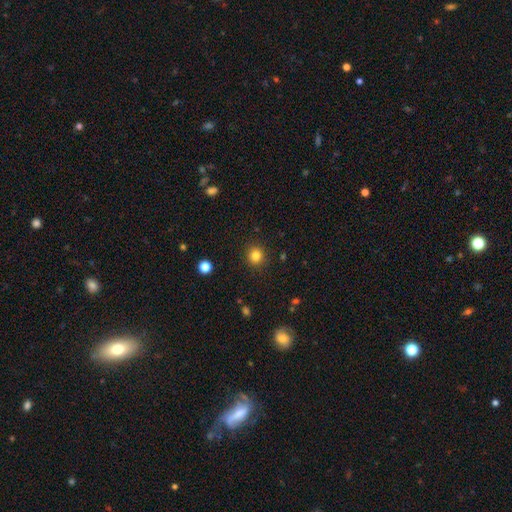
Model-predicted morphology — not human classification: smooth_or_featured: smooth (p=0.83) [alt: star or artifact p=0.12]
how_rounded: round (p=0.90) [alt: in between p=0.09]
merging: none (p=0.91) [alt: minor disturbance p=0.06]